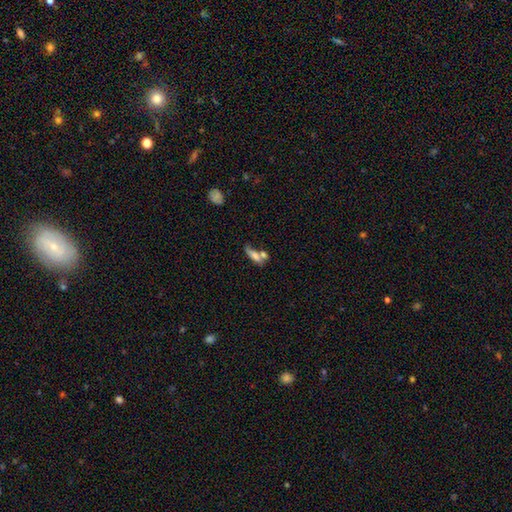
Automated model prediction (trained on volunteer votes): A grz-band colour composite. It shows a smooth galaxy with no disk features (67%) that is in between round and cigar-shaped (50%). Merging: merger (42%).